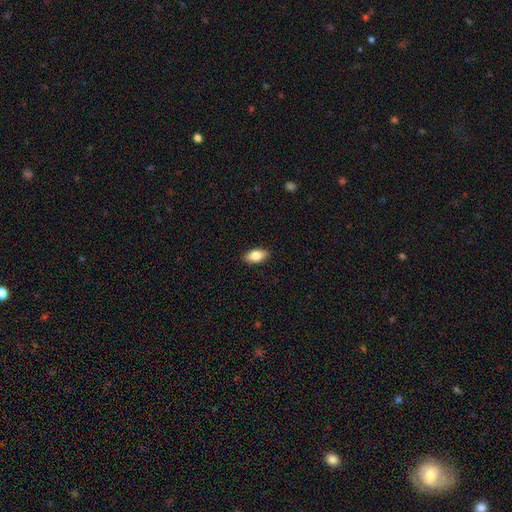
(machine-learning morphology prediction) This appears to be a smooth galaxy with no disk features (79%) that is in between round and cigar-shaped (89%). Merging: none (89%).